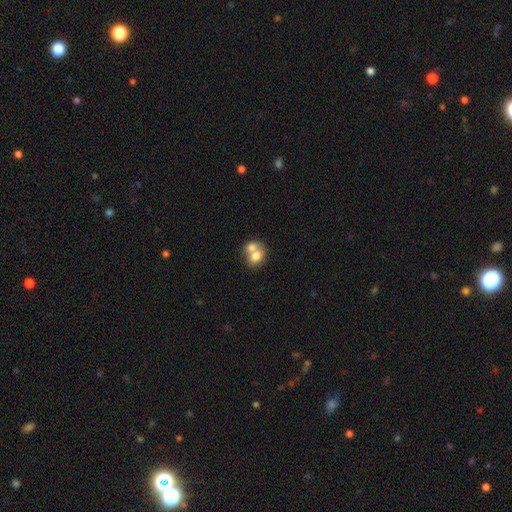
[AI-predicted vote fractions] Q: Smooth or featured?
A: smooth (72%); runner-up: featured or disk (20%)
Q: How rounded?
A: in between (50%); runner-up: round (49%)
Q: Merging?
A: merger (65%); runner-up: none (25%)